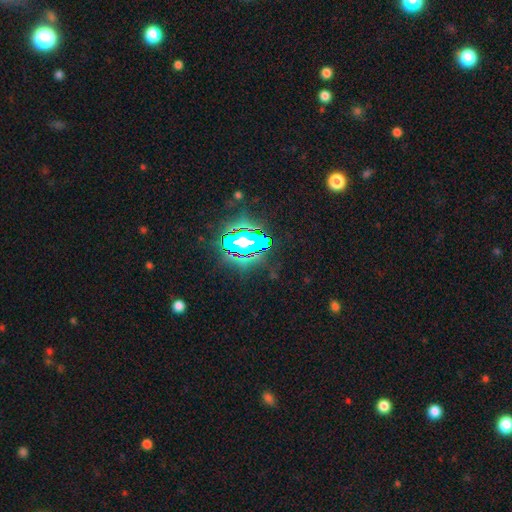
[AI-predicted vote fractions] Smooth or featured?
  - star or artifact: 79% *
  - smooth: 11%
  - featured or disk: 9%